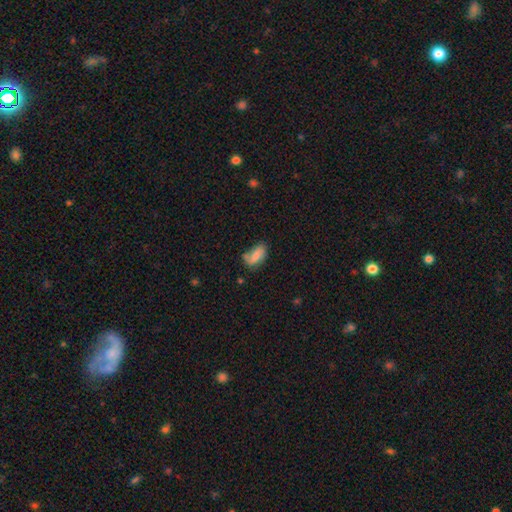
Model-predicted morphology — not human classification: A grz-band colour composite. It shows a smooth galaxy with no disk features (71%) that is in between round and cigar-shaped (91%). Merging: none (47%).